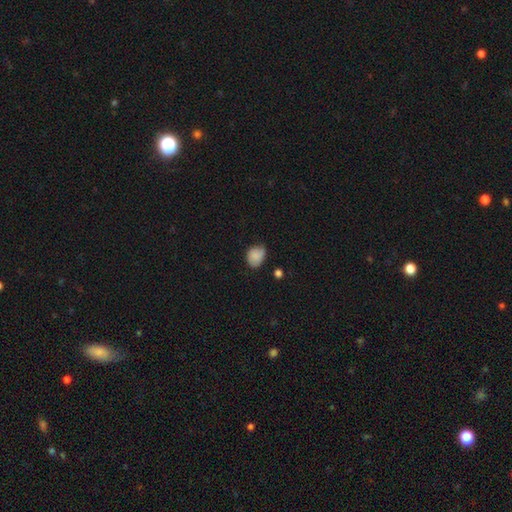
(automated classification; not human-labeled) Morphology: type=smooth (83%); roundness=round (50%); merging=none (59%).